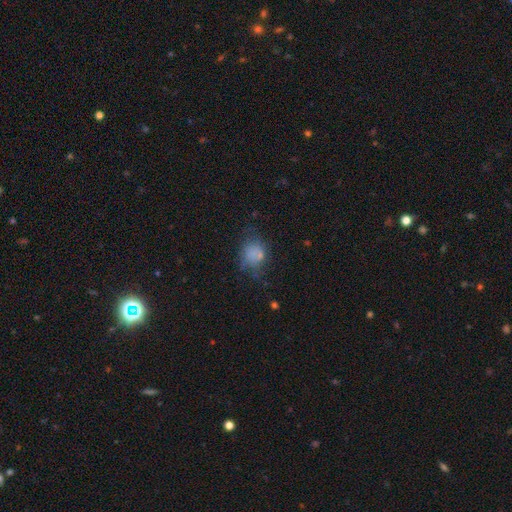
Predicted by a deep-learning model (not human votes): This is likely a smooth galaxy (69%). How rounded: possibly round (56%). Merging: possibly none (49%).